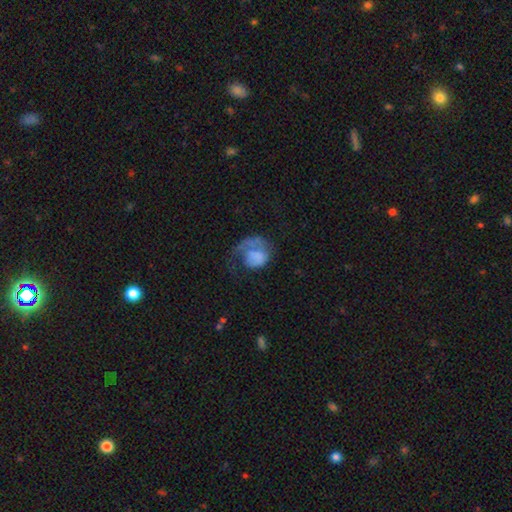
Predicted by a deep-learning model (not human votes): Smooth or featured: smooth — 47% (featured or disk — 46%)
Merging: major disturbance — 53% (none — 26%)